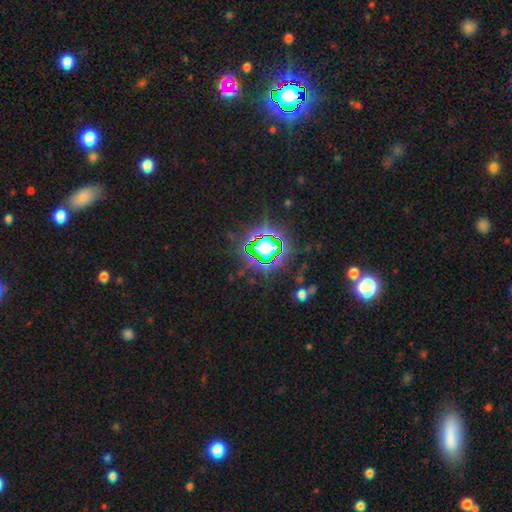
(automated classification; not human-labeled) This appears to be a star or artifact, not a galaxy (79%).